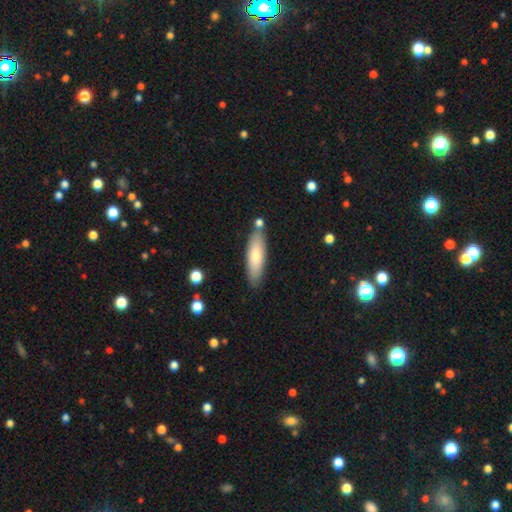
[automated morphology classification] Overall: smooth (74%). How rounded: cigar-shaped (54%; in between 45%). Merging: none (79%).